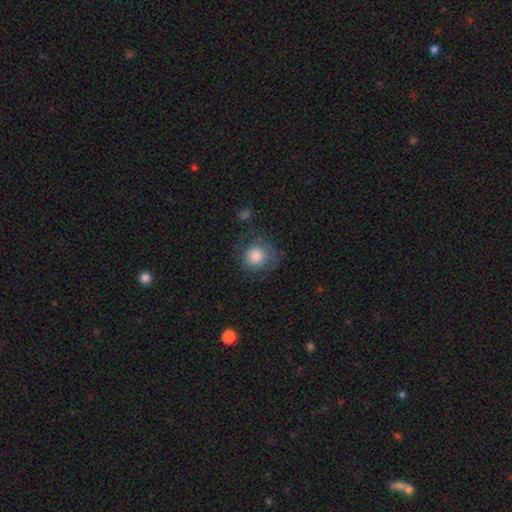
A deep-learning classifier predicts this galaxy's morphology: type=smooth (74%); roundness=round (90%); merging=none (62%).